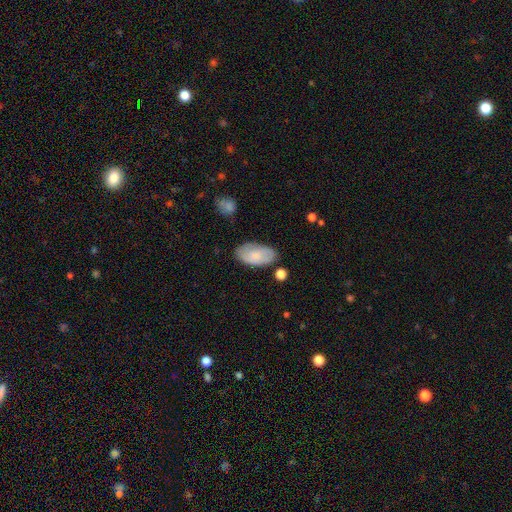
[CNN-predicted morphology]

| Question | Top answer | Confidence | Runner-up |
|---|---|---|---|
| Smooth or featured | smooth | 75% | featured or disk (19%) |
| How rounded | in between | 95% | round (3%) |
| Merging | none | 77% | minor disturbance (16%) |